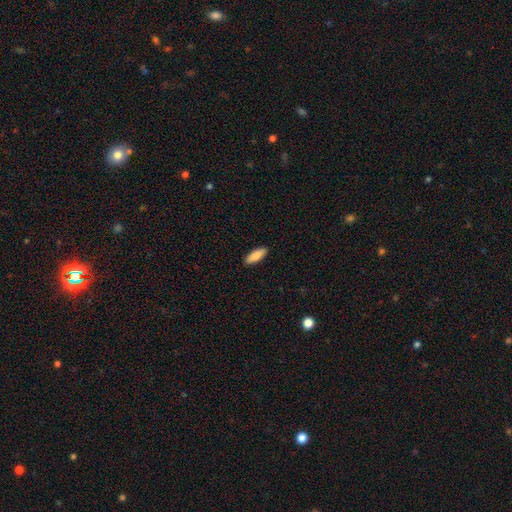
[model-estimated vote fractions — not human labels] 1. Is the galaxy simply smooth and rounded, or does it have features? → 86% smooth, 8% featured or disk, 6% star or artifact.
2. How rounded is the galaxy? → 65% in between, 33% cigar-shaped, 2% round.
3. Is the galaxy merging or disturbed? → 90% none, 7% minor disturbance, 2% major disturbance, 1% merger.